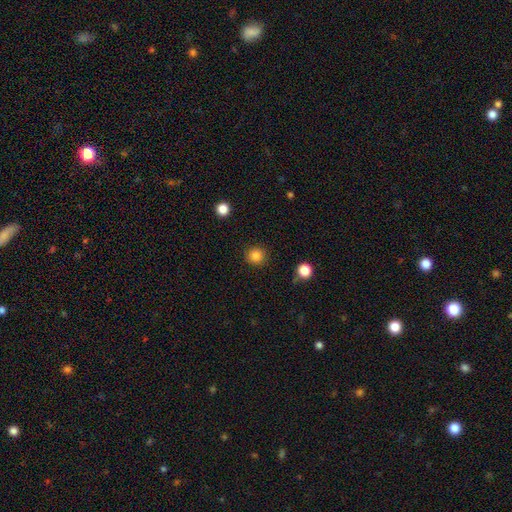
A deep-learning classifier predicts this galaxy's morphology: smooth_or_featured: smooth (p=0.85) [alt: star or artifact p=0.11]
how_rounded: round (p=0.94) [alt: in between p=0.05]
merging: none (p=0.91) [alt: minor disturbance p=0.06]